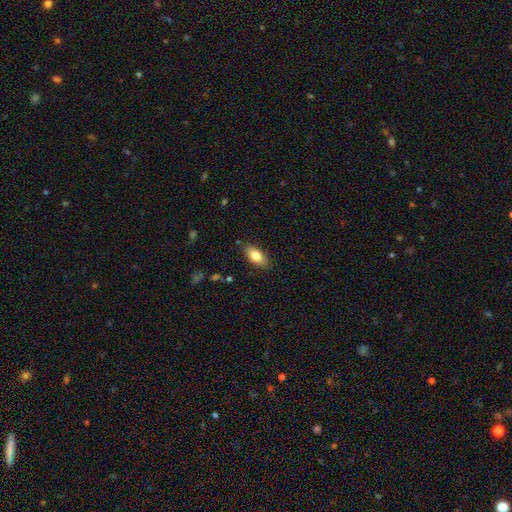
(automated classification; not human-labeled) The model was most divided on "smooth or featured": smooth: 79%, featured or disk: 14%, star or artifact: 7%. More confident: how rounded — in between (88%); merging — none (87%).